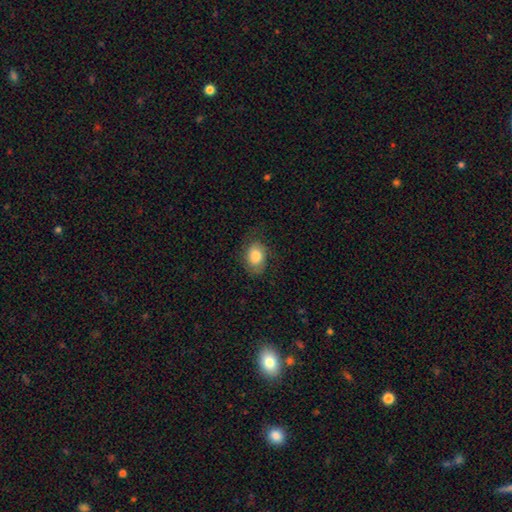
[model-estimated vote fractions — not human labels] Morphology: type=smooth (75%); roundness=in between (68%); merging=none (67%).